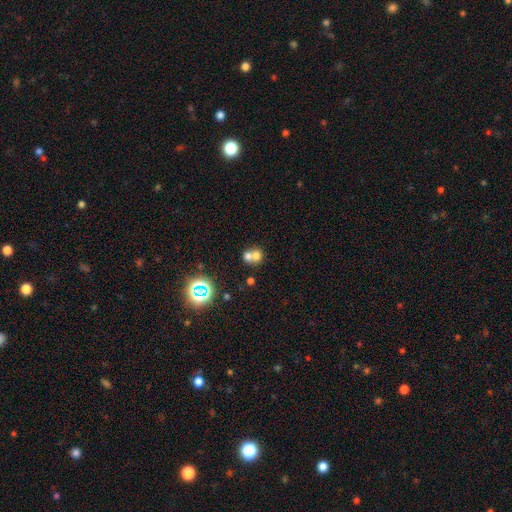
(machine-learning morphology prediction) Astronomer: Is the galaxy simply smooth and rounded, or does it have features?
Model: smooth — 66%.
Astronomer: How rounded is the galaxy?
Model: round — 78%.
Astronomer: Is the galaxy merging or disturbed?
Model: merger — 64%.